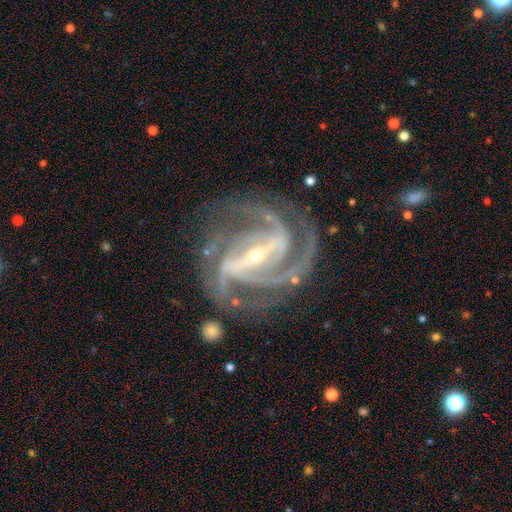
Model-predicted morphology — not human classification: Q: Smooth or featured?
A: featured or disk (94%); runner-up: star or artifact (4%)
Q: Edge-on disk?
A: no (97%); runner-up: yes (3%)
Q: Bar?
A: strong (79%); runner-up: weak (16%)
Q: Spiral arms?
A: yes (99%); runner-up: no (1%)
Q: Spiral winding?
A: tight (51%); runner-up: medium (44%)
Q: Spiral arm count?
A: 3 (43%); runner-up: 2 (21%)
Q: Bulge size?
A: small (71%); runner-up: moderate (25%)
Q: Merging?
A: none (74%); runner-up: minor disturbance (15%)